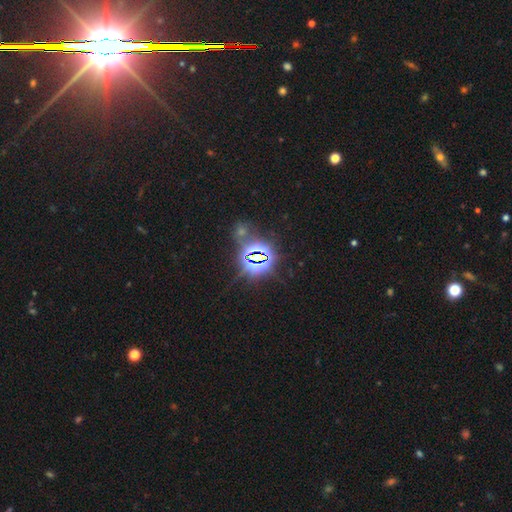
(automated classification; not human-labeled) Q: Smooth or featured?
A: star or artifact (81%); runner-up: smooth (12%)